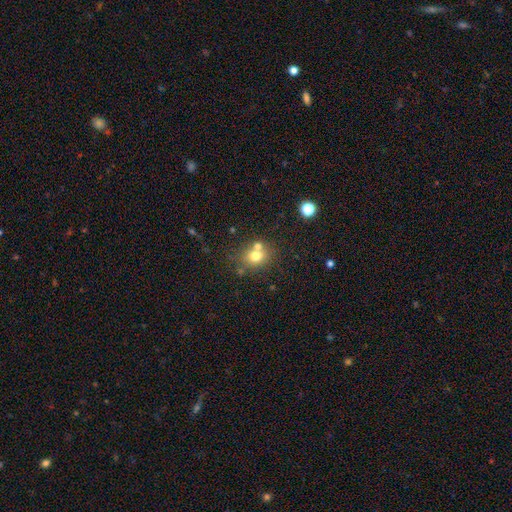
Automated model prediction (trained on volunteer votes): The model was most divided on "how rounded": round: 64%, in between: 35%, cigar-shaped: 1%. More confident: smooth or featured — smooth (72%); merging — none (58%).